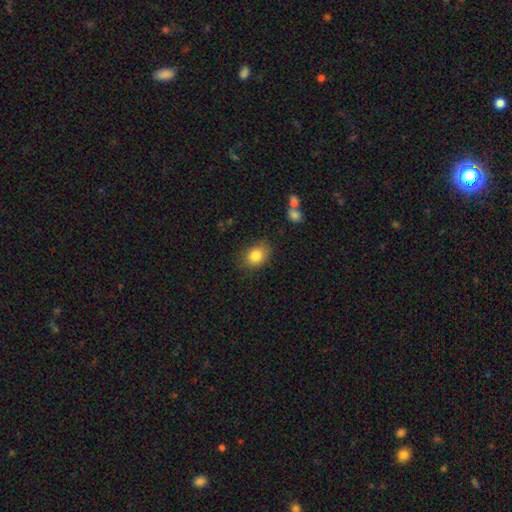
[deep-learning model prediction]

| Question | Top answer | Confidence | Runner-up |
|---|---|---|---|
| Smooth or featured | smooth | 84% | star or artifact (9%) |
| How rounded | in between | 64% | round (35%) |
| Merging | none | 76% | minor disturbance (18%) |